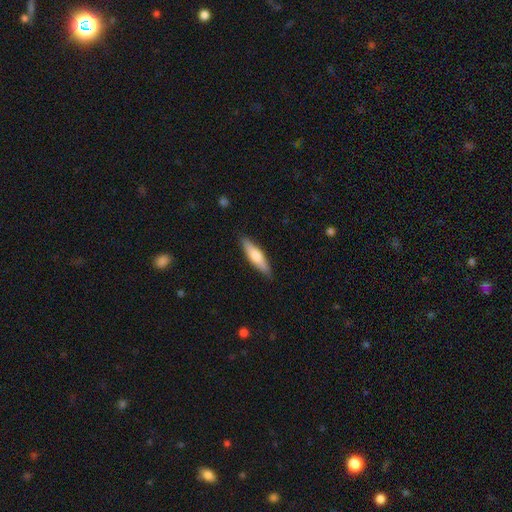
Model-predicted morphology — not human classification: smooth_or_featured: smooth (p=0.64) [alt: featured or disk p=0.30]
how_rounded: cigar-shaped (p=0.71) [alt: in between p=0.28]
merging: none (p=0.87) [alt: minor disturbance p=0.10]